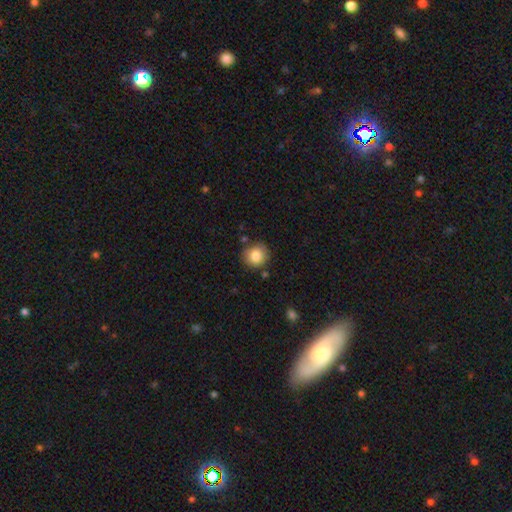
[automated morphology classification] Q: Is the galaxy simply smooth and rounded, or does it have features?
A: smooth — 83%.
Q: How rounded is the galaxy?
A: round — 86%.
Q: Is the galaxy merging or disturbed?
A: none — 81%.